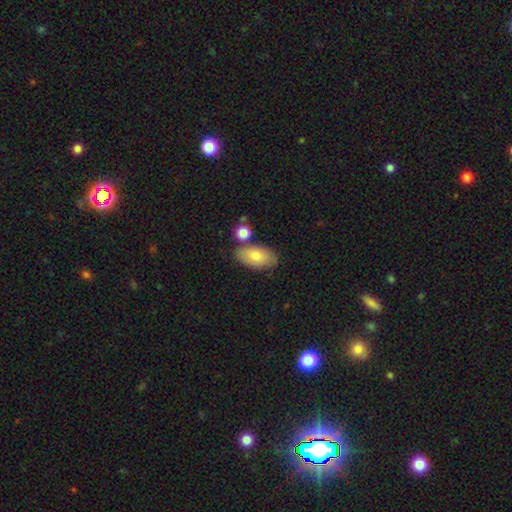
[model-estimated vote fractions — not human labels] A smooth galaxy with no disk features (76%) that is in between round and cigar-shaped (93%).

Vote fractions:
- Smooth or featured? smooth: 76% / featured or disk: 18% / star or artifact: 7%
- How rounded? in between: 93% / round: 5% / cigar-shaped: 3%
- Merging? none: 71% / minor disturbance: 14% / merger: 12% / major disturbance: 3%